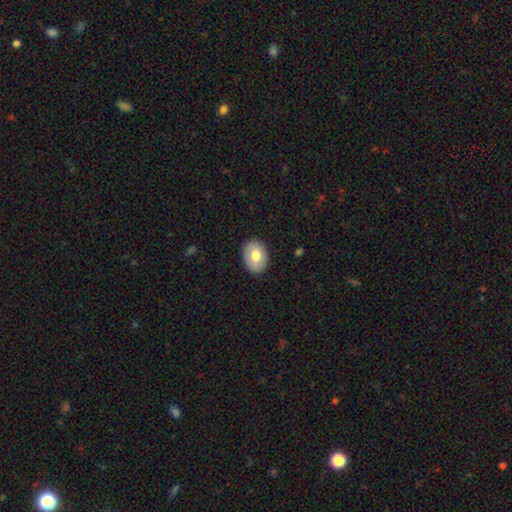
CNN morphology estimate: This appears to be a smooth galaxy with no disk features (67%) that is in between round and cigar-shaped (71%). Merging: none (86%).